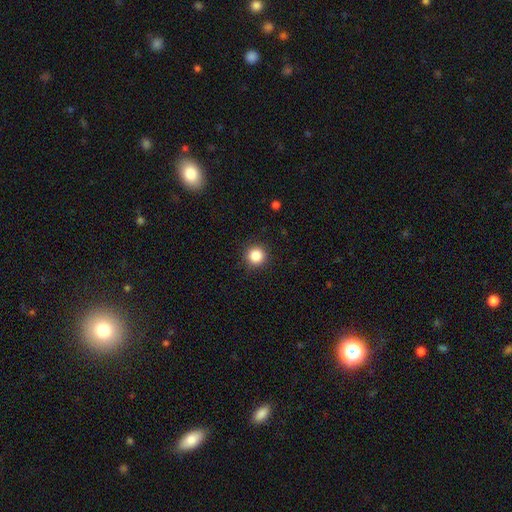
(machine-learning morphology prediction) A smooth galaxy with no disk features (85%) that is round (95%). Merging: none (91%).